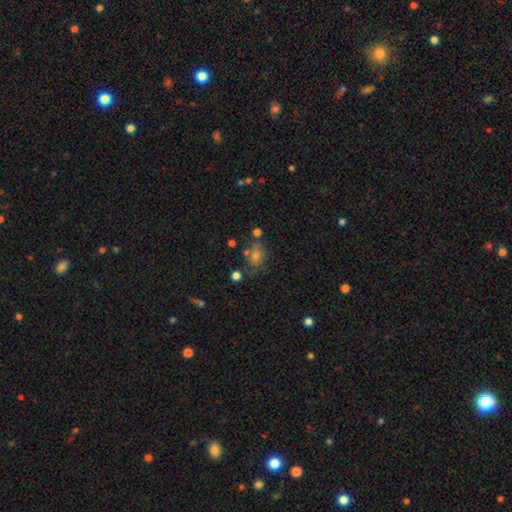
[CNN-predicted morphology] Overall: smooth (54%; star or artifact 29%). How rounded: in between (52%; round 46%). Merging: none (65%).